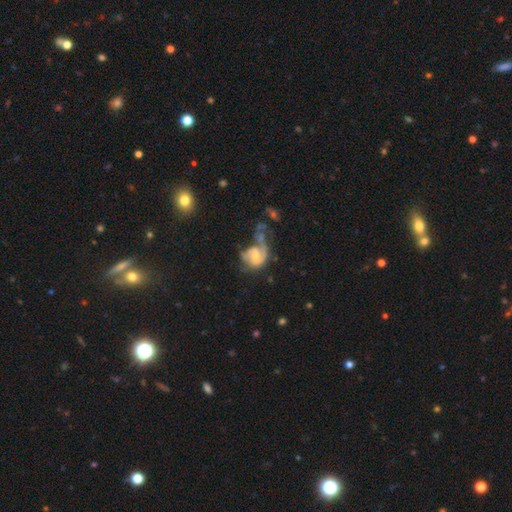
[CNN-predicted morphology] smooth_or_featured: featured or disk (p=0.70) [alt: smooth p=0.23]
disk_edge_on: no (p=0.98) [alt: yes p=0.02]
bar: no (p=0.61) [alt: weak p=0.32]
has_spiral_arms: yes (p=0.80) [alt: no p=0.20]
spiral_winding: medium (p=0.39) [alt: tight p=0.32]
spiral_arm_count: 2 (p=0.46) [alt: 1 p=0.31]
bulge_size: moderate (p=0.47) [alt: small p=0.43]
merging: major disturbance (p=0.40) [alt: merger p=0.21]